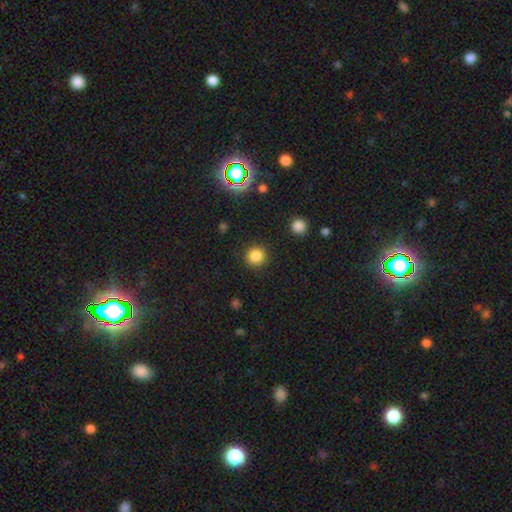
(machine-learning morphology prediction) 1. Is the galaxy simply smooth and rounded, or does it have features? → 83% smooth, 13% star or artifact, 4% featured or disk.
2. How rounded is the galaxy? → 93% round, 6% in between, 1% cigar-shaped.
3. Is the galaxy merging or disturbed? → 89% none, 7% minor disturbance, 3% major disturbance, 1% merger.